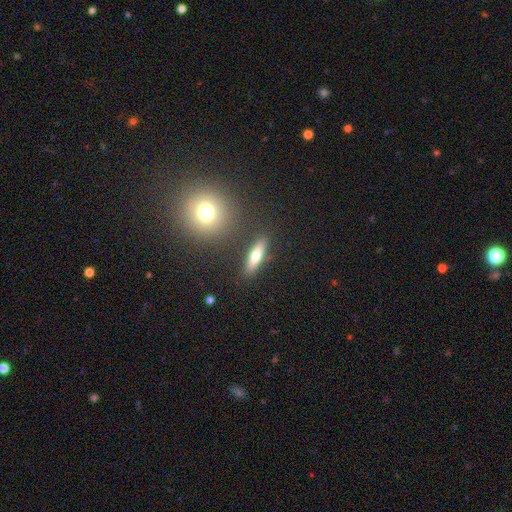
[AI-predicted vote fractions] This appears to be a smooth galaxy with no disk features (61%) that is cigar-shaped (68%). Merging: none (85%).